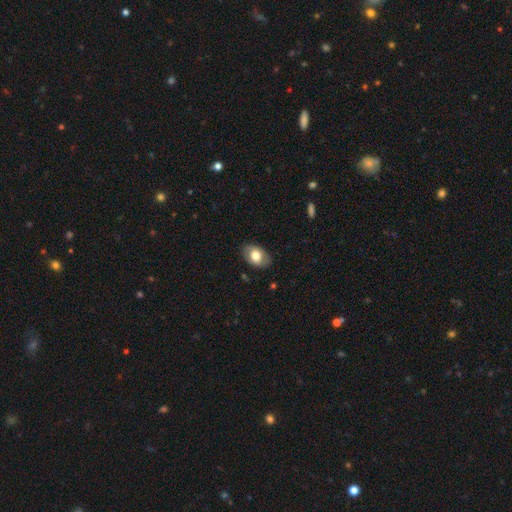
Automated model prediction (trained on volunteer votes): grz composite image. It shows a smooth galaxy with no disk features (65%) that is in between round and cigar-shaped (86%). Merging: none (81%).